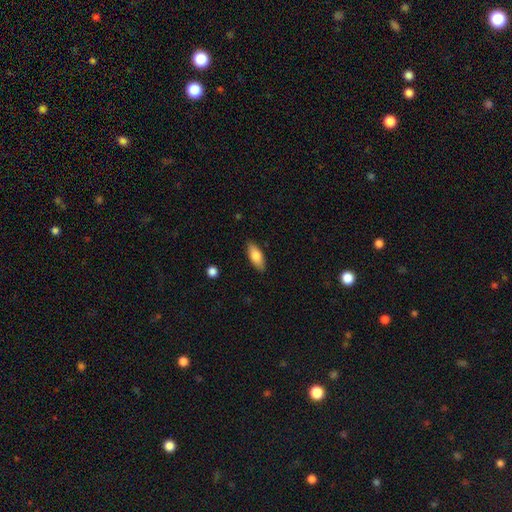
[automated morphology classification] Q: Smooth or featured?
A: smooth (78%); runner-up: featured or disk (15%)
Q: How rounded?
A: in between (81%); runner-up: cigar-shaped (17%)
Q: Merging?
A: none (87%); runner-up: minor disturbance (10%)